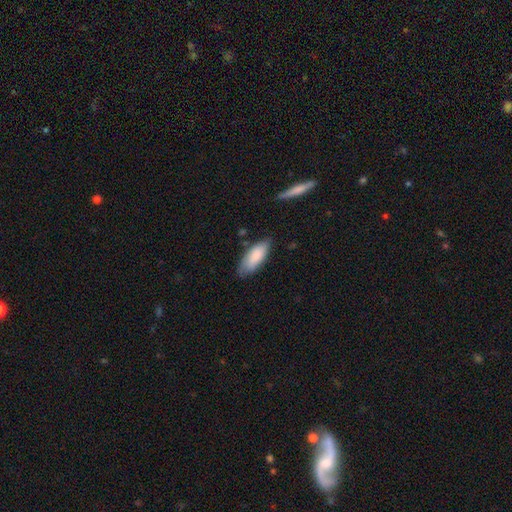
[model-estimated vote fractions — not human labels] Smooth or featured: smooth — 84% (featured or disk — 11%)
How rounded: in between — 75% (cigar-shaped — 23%)
Merging: none — 73% (minor disturbance — 21%)